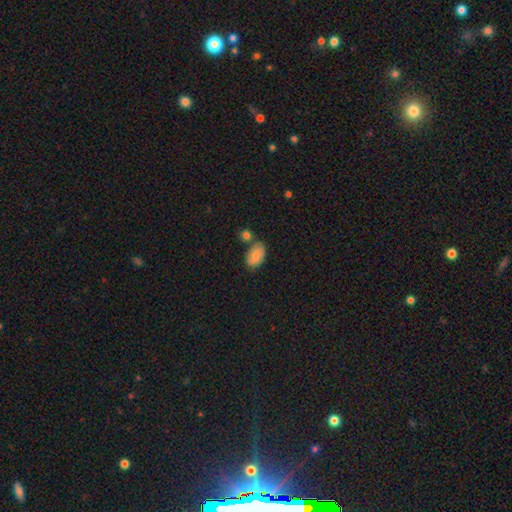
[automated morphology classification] type=smooth (78%); roundness=in between (89%); merging=none (58%).